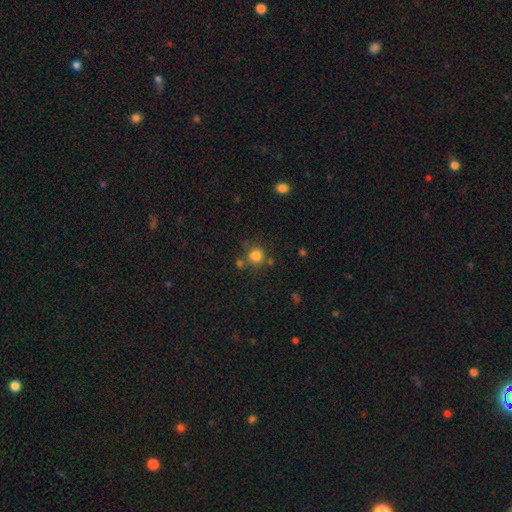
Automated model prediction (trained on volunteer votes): Smooth or featured?
  - smooth: 82% *
  - star or artifact: 12%
  - featured or disk: 6%
How rounded?
  - round: 92% *
  - in between: 7%
  - cigar-shaped: 1%
Merging?
  - none: 72% *
  - merger: 12%
  - minor disturbance: 11%
  - major disturbance: 5%